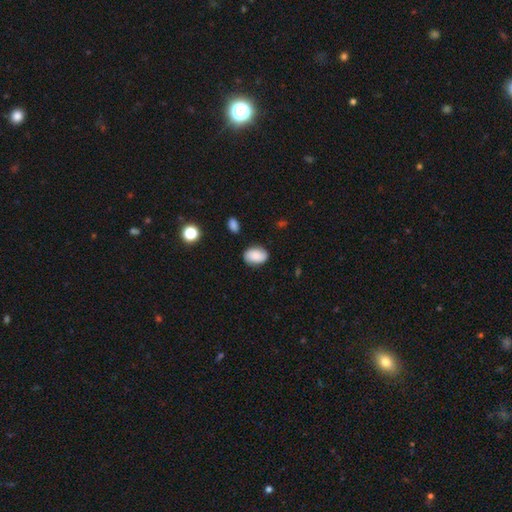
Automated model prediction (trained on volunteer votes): Smooth or featured?
  - smooth: 75% *
  - featured or disk: 17%
  - star or artifact: 9%
How rounded?
  - in between: 80% *
  - round: 19%
  - cigar-shaped: 1%
Merging?
  - none: 79% *
  - minor disturbance: 15%
  - major disturbance: 4%
  - merger: 2%